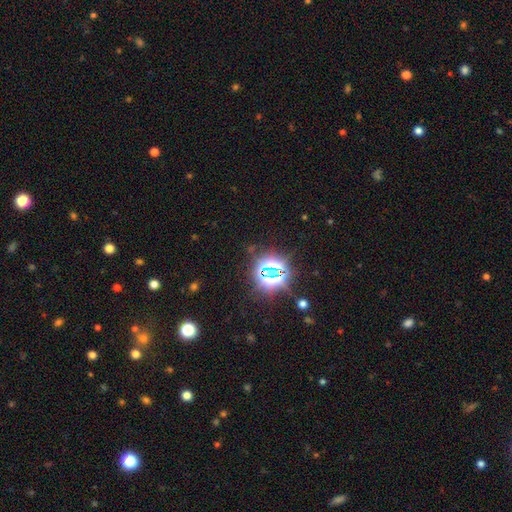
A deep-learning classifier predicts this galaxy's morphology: This is likely a star or artifact rather than a galaxy (79%).